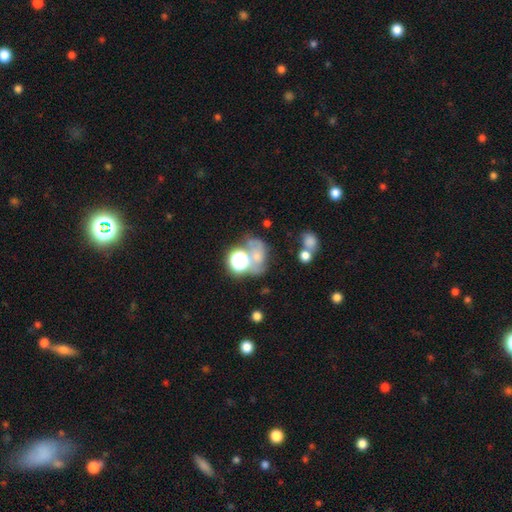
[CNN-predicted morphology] The model was most divided on "merging": none: 32%, merger: 28%, major disturbance: 25%, minor disturbance: 16%. Remaining: smooth or featured — smooth (47%).